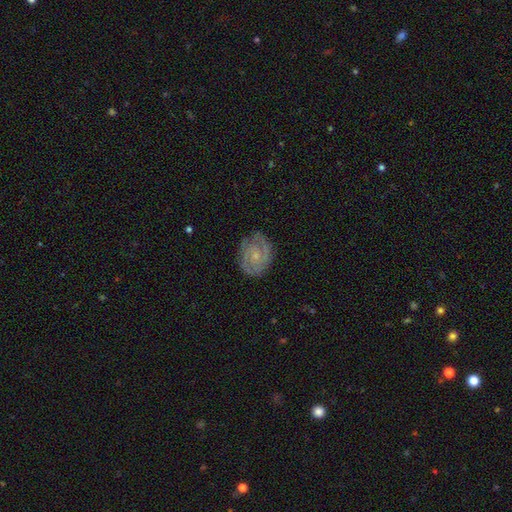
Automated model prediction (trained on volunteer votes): A featured or disk galaxy (81%) with no bar (67%), 2 (59%) tight (61%) spiral arms (95%) and a small central bulge (68%). Merging: none (79%).